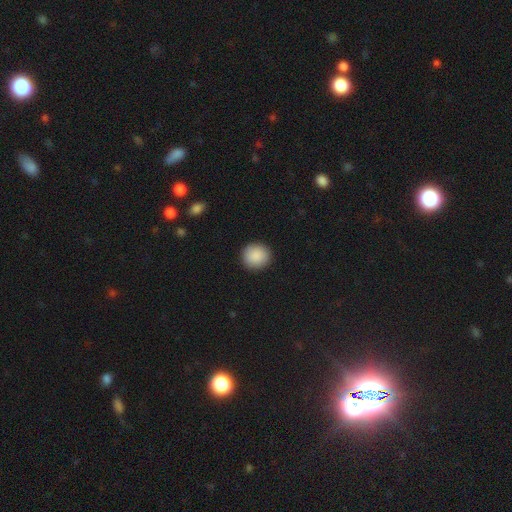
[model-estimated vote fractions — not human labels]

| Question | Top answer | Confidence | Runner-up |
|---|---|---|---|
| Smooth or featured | smooth | 90% | star or artifact (7%) |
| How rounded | round | 90% | in between (9%) |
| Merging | none | 92% | minor disturbance (6%) |